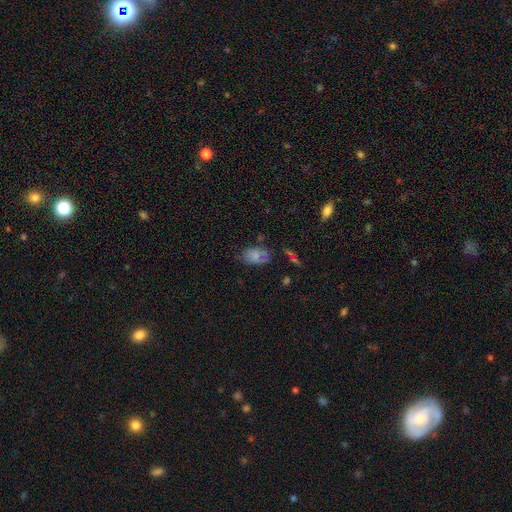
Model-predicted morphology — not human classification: Smooth or featured? Predicted: smooth (p=0.72). How rounded? Predicted: in between (p=0.89). Merging? Predicted: none (p=0.59).